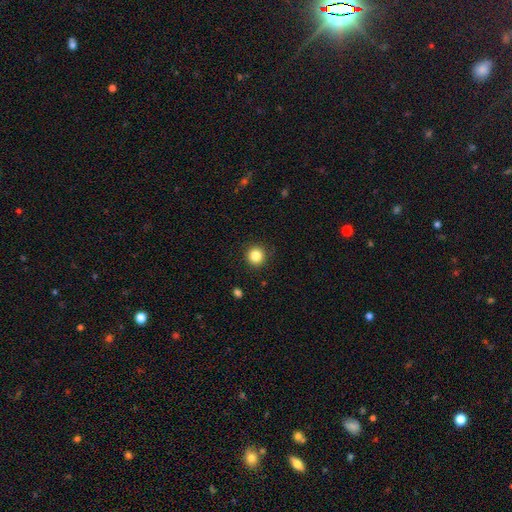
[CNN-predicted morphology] Smooth or featured?
  - smooth: 85% *
  - star or artifact: 11%
  - featured or disk: 4%
How rounded?
  - round: 94% *
  - in between: 5%
  - cigar-shaped: 1%
Merging?
  - none: 91% *
  - minor disturbance: 6%
  - major disturbance: 2%
  - merger: 1%